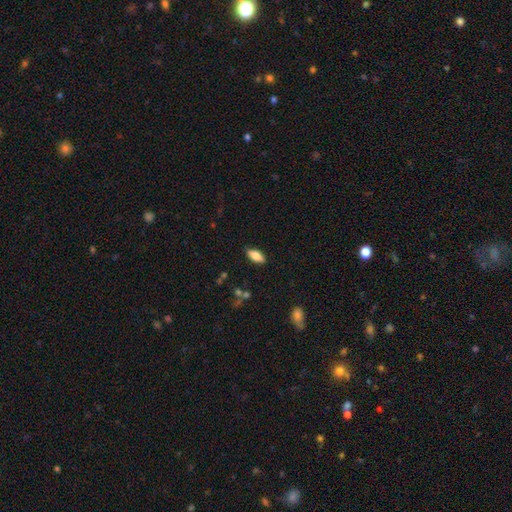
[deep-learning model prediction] smooth 78%, featured or disk 15%, star or artifact 7%. Down the decision tree: how rounded — in between (81%); merging — none (86%).